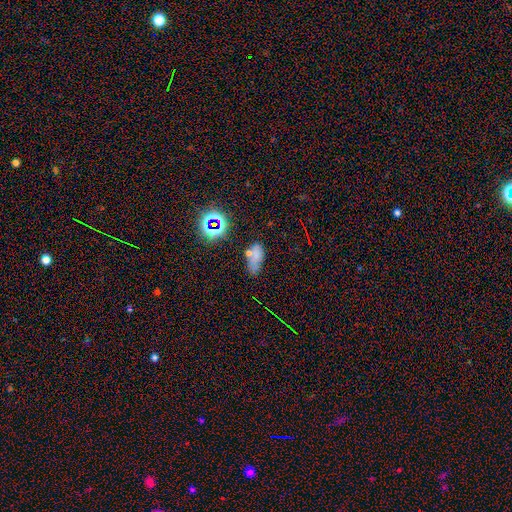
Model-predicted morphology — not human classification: smooth-or-featured: smooth: 59% | star or artifact: 27% | featured or disk: 14%
  how-rounded: in between: 80% | cigar-shaped: 12% | round: 8%
  merging: none: 54% | minor disturbance: 23% | merger: 12% | major disturbance: 11%